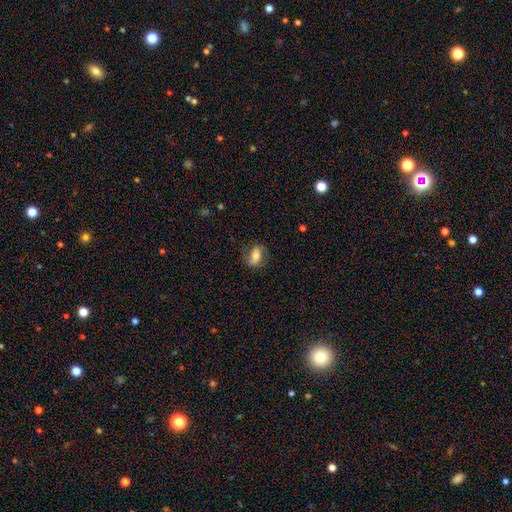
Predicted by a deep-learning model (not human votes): Overall: smooth (58%; featured or disk 34%). How rounded: in between (81%). Merging: none (72%).